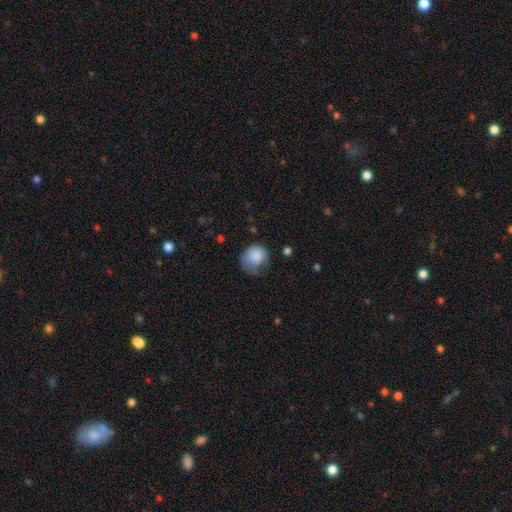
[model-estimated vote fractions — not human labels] Smooth or featured? Predicted: smooth (p=0.83). How rounded? Predicted: round (p=0.80). Merging? Predicted: none (p=0.38).